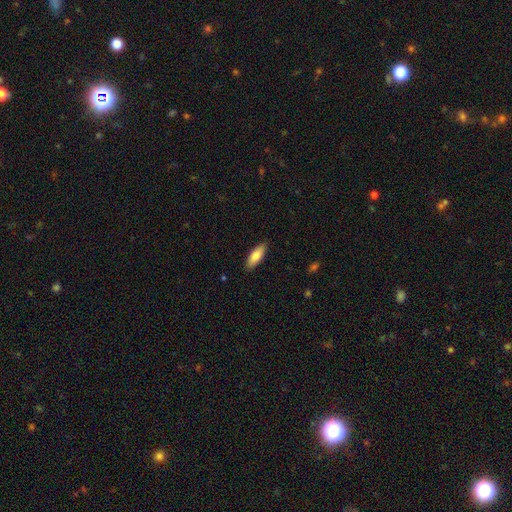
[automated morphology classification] Q: Smooth or featured?
A: smooth (79%); runner-up: featured or disk (15%)
Q: How rounded?
A: in between (68%); runner-up: cigar-shaped (31%)
Q: Merging?
A: none (88%); runner-up: minor disturbance (9%)